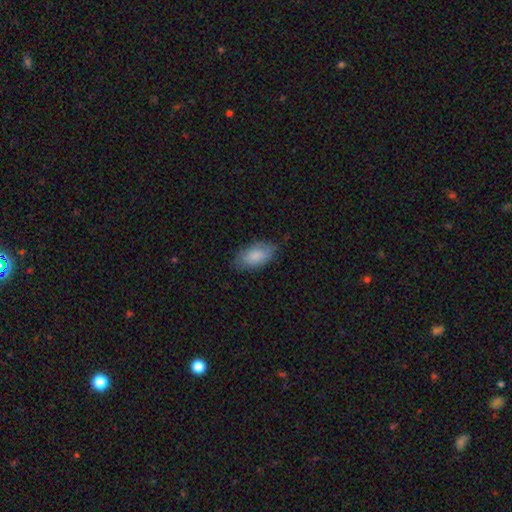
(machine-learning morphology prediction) smooth-or-featured: smooth: 85% | featured or disk: 10% | star or artifact: 6%
  how-rounded: in between: 94% | cigar-shaped: 3% | round: 3%
  merging: none: 78% | minor disturbance: 18% | major disturbance: 4% | merger: 1%